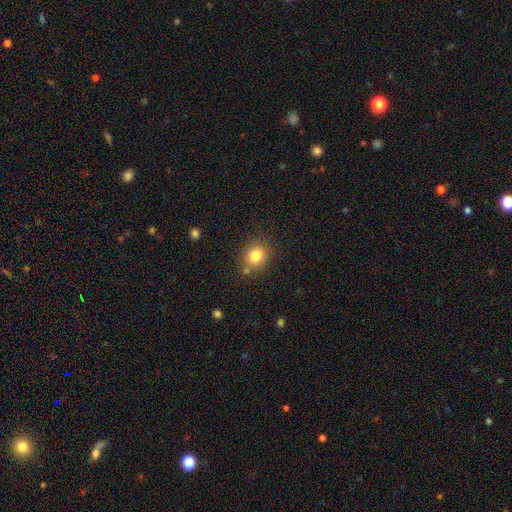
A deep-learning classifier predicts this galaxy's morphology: Smooth or featured? smooth (81%)
How rounded? round (79%)
Merging? none (77%)